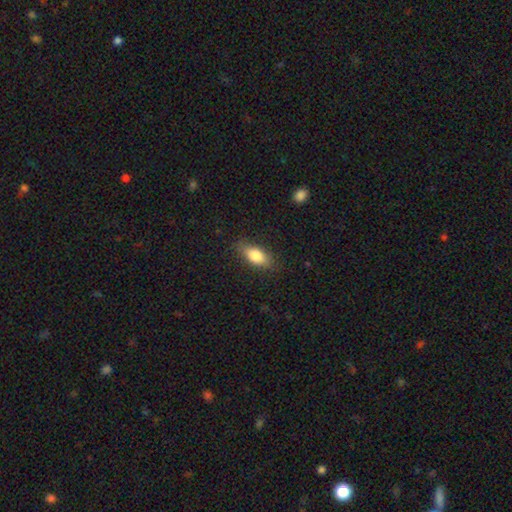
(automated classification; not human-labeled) This is likely a smooth galaxy (80%). How rounded: clearly in between (81%). Merging: clearly none (80%).